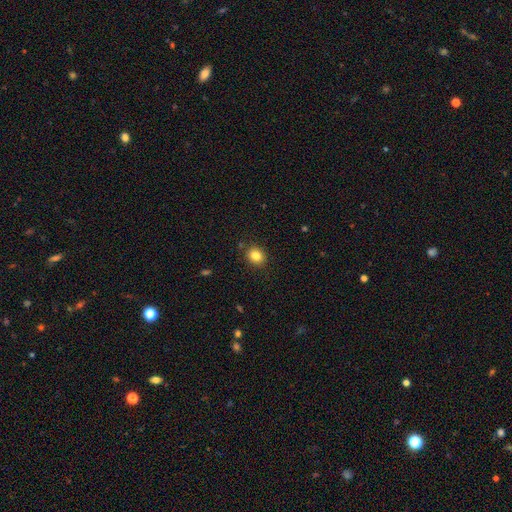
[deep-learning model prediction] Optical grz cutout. It shows a smooth galaxy with no disk features (83%) that is round (71%). Merging: none (89%).